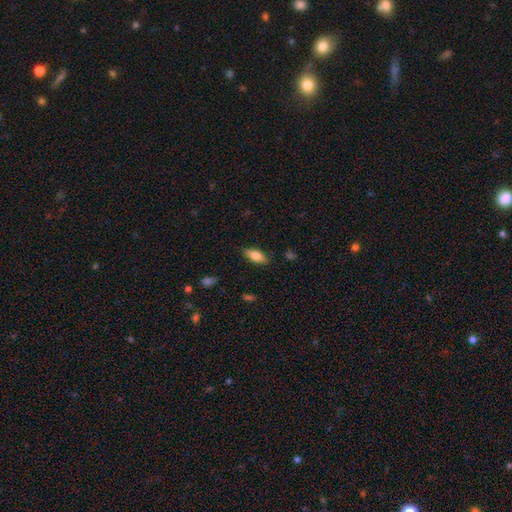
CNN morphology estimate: The model was most divided on "smooth or featured": smooth: 77%, featured or disk: 16%, star or artifact: 7%. More confident: merging — none (84%); how rounded — in between (81%).